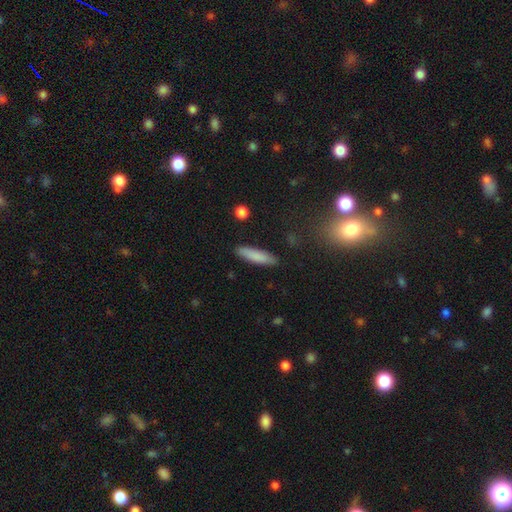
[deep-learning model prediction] The model was most divided on "how rounded": cigar-shaped: 78%, in between: 20%, round: 2%. More confident: merging — none (88%); smooth or featured — smooth (83%).